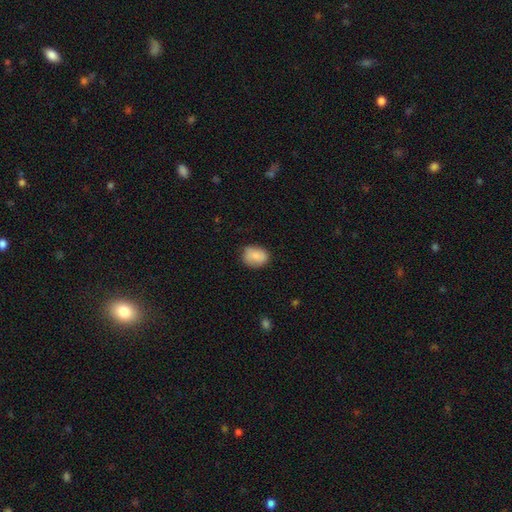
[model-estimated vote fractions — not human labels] This is clearly a smooth galaxy (82%). How rounded: possibly in between (55%). Merging: likely none (77%).